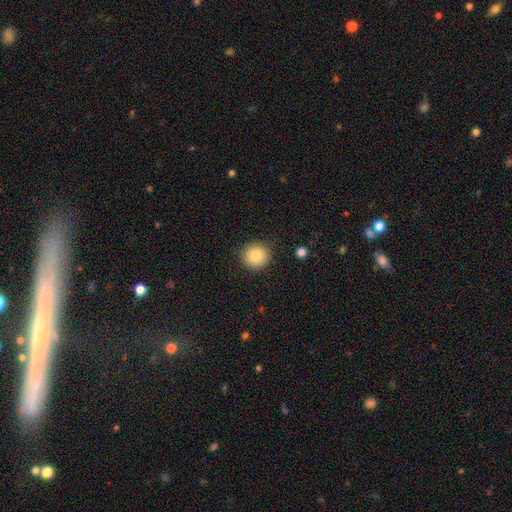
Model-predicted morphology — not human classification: This appears to be a smooth galaxy with no disk features (85%) that is round (92%). Merging: none (89%).